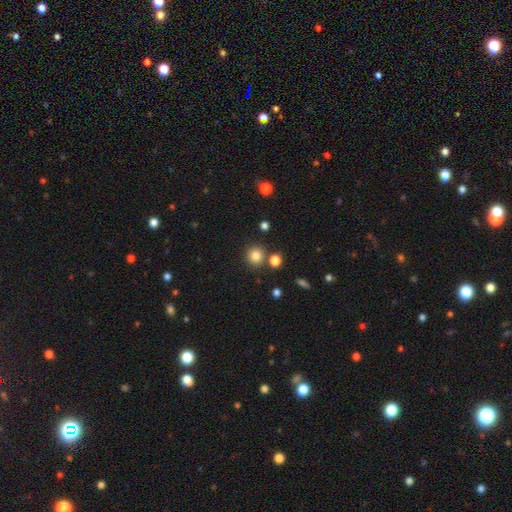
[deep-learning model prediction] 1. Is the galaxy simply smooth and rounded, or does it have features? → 83% smooth, 12% star or artifact, 5% featured or disk.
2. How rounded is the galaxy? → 91% round, 8% in between, 1% cigar-shaped.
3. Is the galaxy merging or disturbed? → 82% none, 8% merger, 8% minor disturbance, 3% major disturbance.